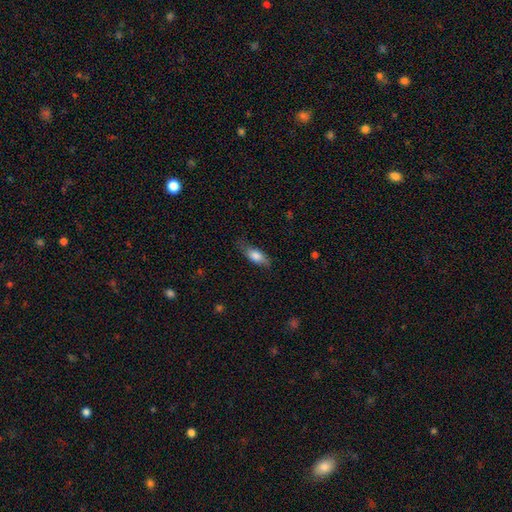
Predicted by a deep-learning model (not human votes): A smooth galaxy with no disk features (78%) that is in between round and cigar-shaped (75%). Merging: none (69%).